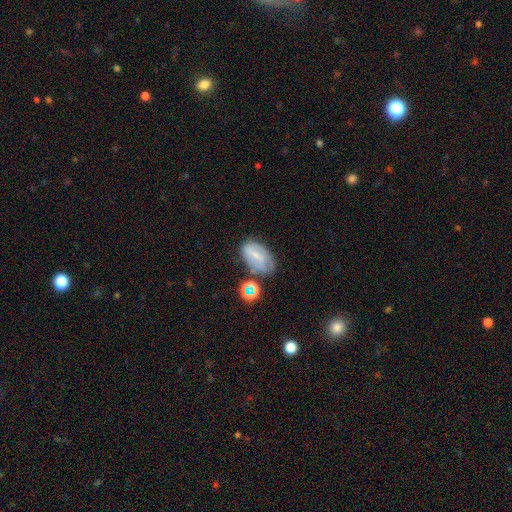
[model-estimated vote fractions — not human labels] A smooth galaxy with no disk features (49%).

Vote fractions:
- Smooth or featured? smooth: 49% / featured or disk: 39% / star or artifact: 12%
- Merging? none: 51% / minor disturbance: 29% / major disturbance: 13% / merger: 8%